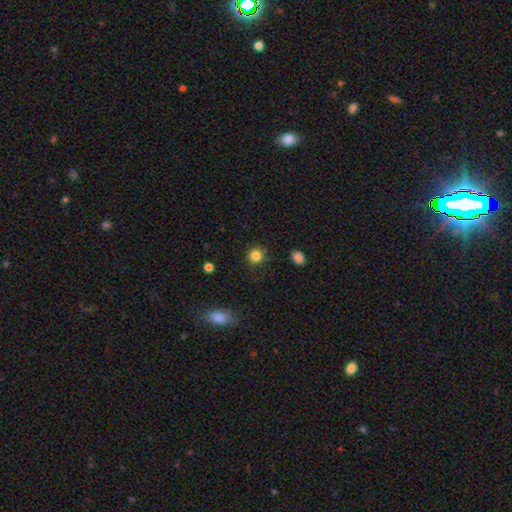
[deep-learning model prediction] Morphology: type=smooth (85%); roundness=round (91%); merging=none (87%).